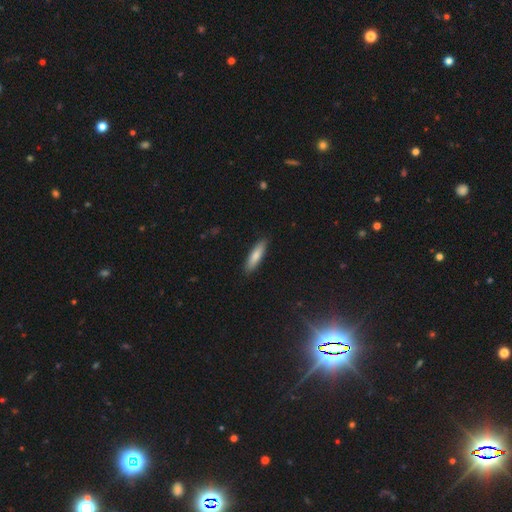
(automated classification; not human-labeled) Smooth or featured: smooth — 79% (featured or disk — 15%)
How rounded: cigar-shaped — 73% (in between — 25%)
Merging: none — 89% (minor disturbance — 8%)